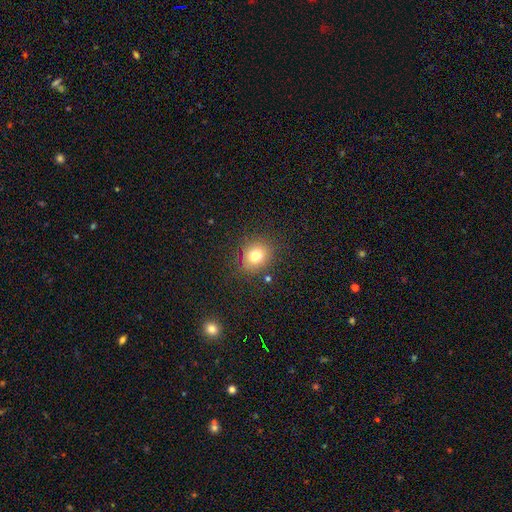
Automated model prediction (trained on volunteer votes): A smooth galaxy with no disk features (76%) that is round (71%). Merging: none (83%).